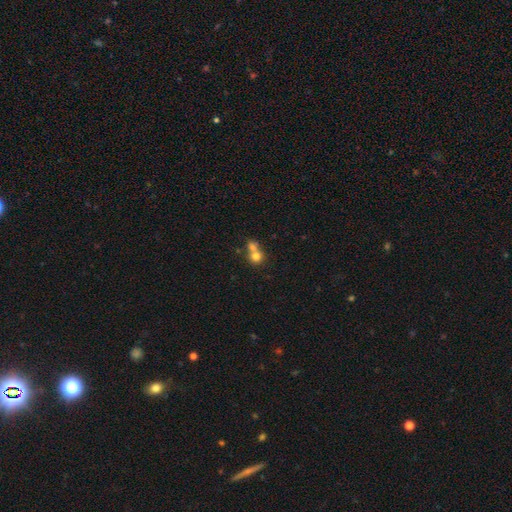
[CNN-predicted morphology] smooth-or-featured: smooth: 75% | featured or disk: 14% | star or artifact: 12%
  how-rounded: round: 85% | in between: 14% | cigar-shaped: 1%
  merging: merger: 58% | none: 34% | minor disturbance: 5% | major disturbance: 3%